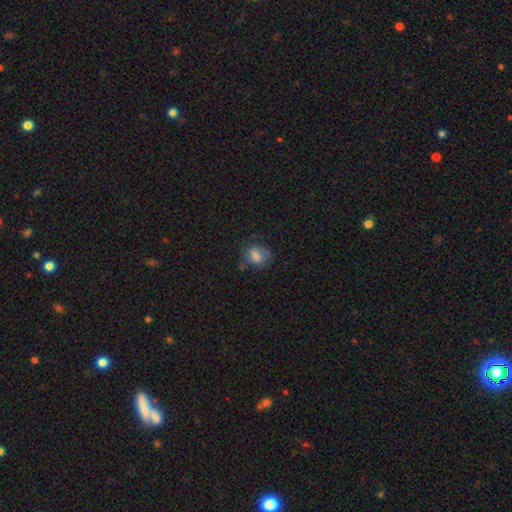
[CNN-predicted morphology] The model was most divided on "how rounded": in between: 62%, round: 36%, cigar-shaped: 2%. More confident: smooth or featured — smooth (69%); merging — none (54%).